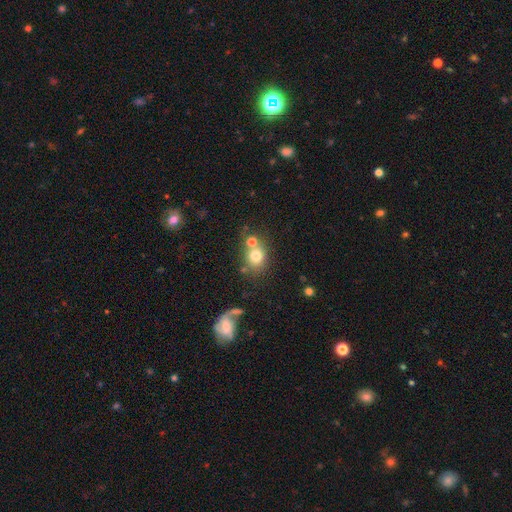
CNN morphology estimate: This appears to be a smooth galaxy with no disk features (74%) that is round (69%). Merging: none (53%).